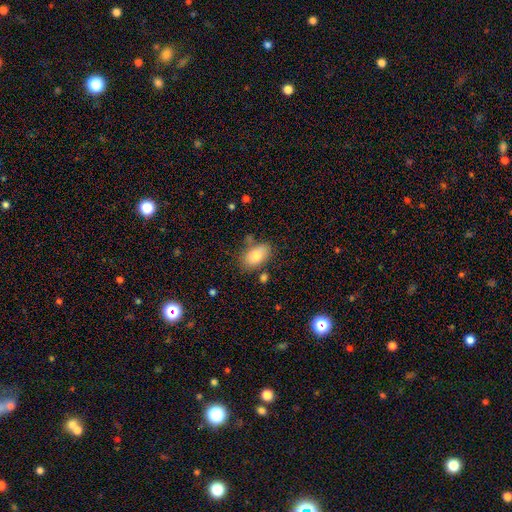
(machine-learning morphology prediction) A smooth galaxy with no disk features (83%) that is in between round and cigar-shaped (91%).

Vote fractions:
- Smooth or featured? smooth: 83% / featured or disk: 9% / star or artifact: 8%
- How rounded? in between: 91% / round: 7% / cigar-shaped: 2%
- Merging? none: 72% / minor disturbance: 17% / merger: 6% / major disturbance: 5%